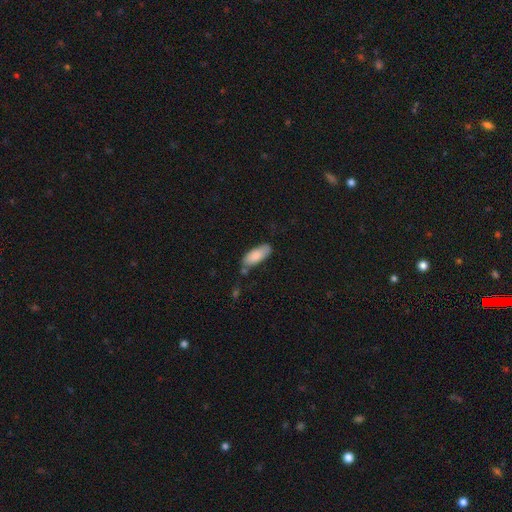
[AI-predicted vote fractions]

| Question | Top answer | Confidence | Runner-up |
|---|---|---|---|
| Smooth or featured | smooth | 85% | featured or disk (10%) |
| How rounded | in between | 80% | cigar-shaped (19%) |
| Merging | none | 65% | minor disturbance (23%) |